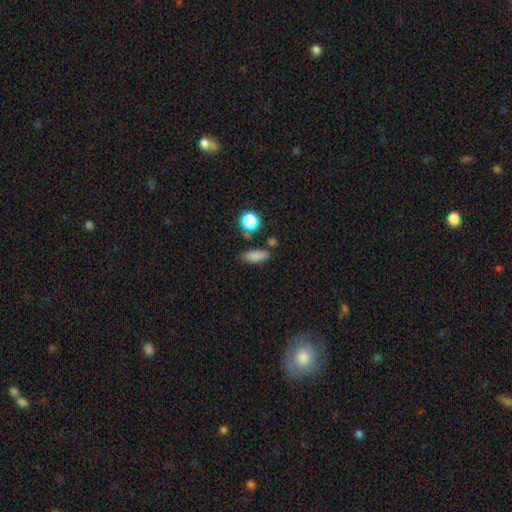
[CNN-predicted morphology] Smooth or featured? Predicted: smooth (p=0.83). How rounded? Predicted: in between (p=0.65). Merging? Predicted: none (p=0.75).